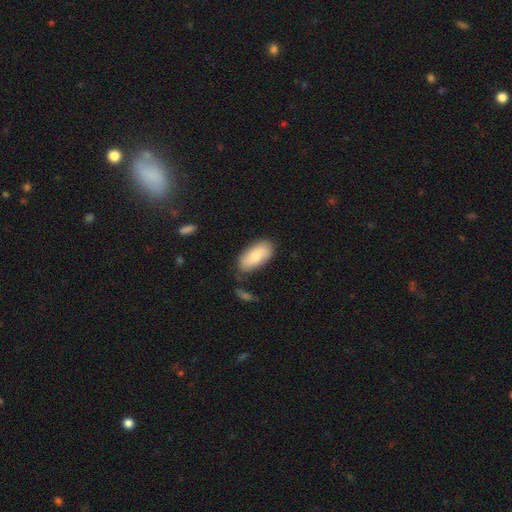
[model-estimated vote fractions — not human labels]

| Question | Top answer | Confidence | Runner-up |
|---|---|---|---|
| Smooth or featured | smooth | 81% | featured or disk (13%) |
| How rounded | in between | 91% | cigar-shaped (7%) |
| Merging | none | 74% | minor disturbance (17%) |